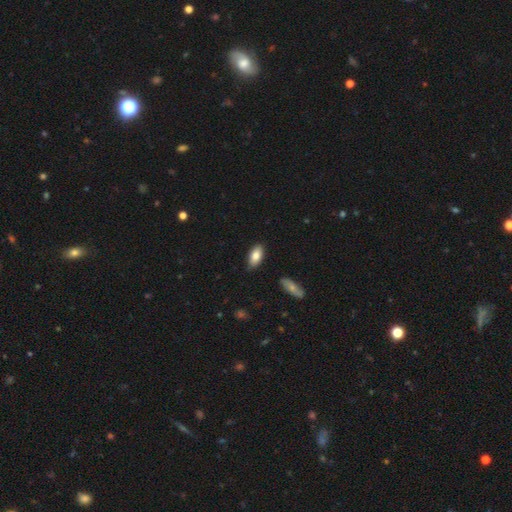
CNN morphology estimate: Q: Smooth or featured?
A: smooth (82%); runner-up: featured or disk (11%)
Q: How rounded?
A: in between (91%); runner-up: cigar-shaped (6%)
Q: Merging?
A: none (84%); runner-up: minor disturbance (12%)